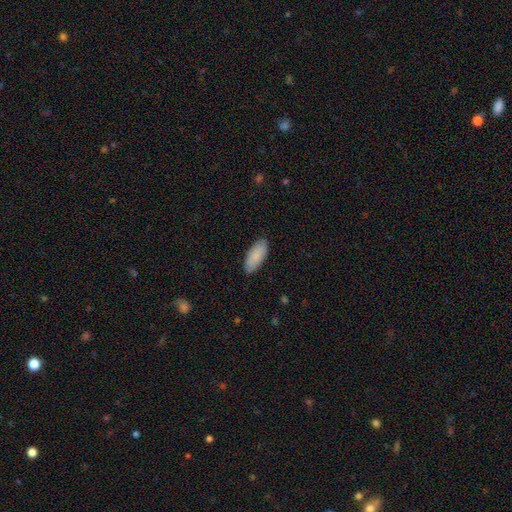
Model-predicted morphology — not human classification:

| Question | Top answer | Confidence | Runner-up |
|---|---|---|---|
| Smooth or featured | smooth | 88% | featured or disk (6%) |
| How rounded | in between | 85% | cigar-shaped (14%) |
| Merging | none | 87% | minor disturbance (10%) |